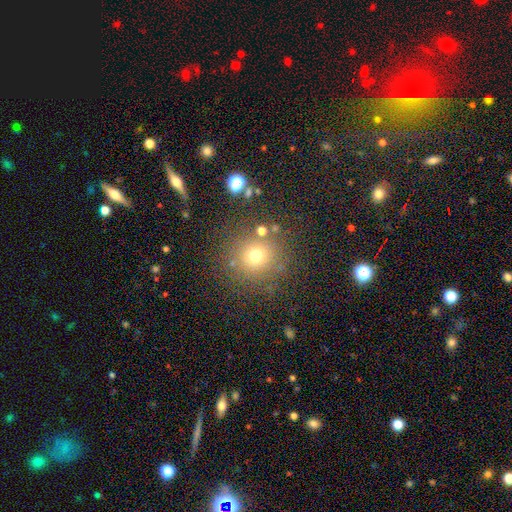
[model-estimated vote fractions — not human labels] smooth-or-featured: smooth: 70% | star or artifact: 20% | featured or disk: 10%
  how-rounded: round: 92% | in between: 7% | cigar-shaped: 1%
  merging: none: 82% | minor disturbance: 9% | major disturbance: 4% | merger: 4%